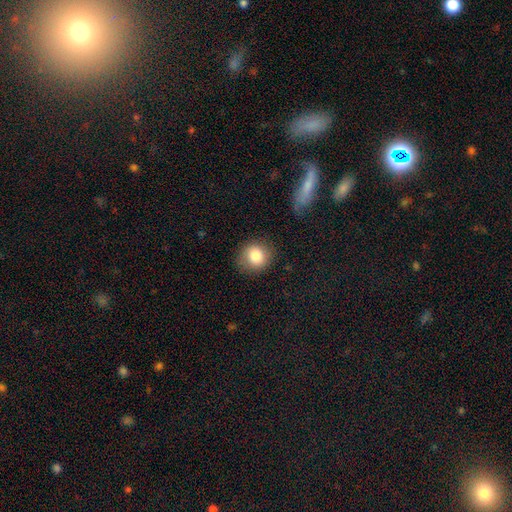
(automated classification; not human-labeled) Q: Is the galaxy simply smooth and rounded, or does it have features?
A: smooth — 82%.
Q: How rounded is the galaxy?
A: round — 82%.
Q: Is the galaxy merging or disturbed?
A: none — 85%.